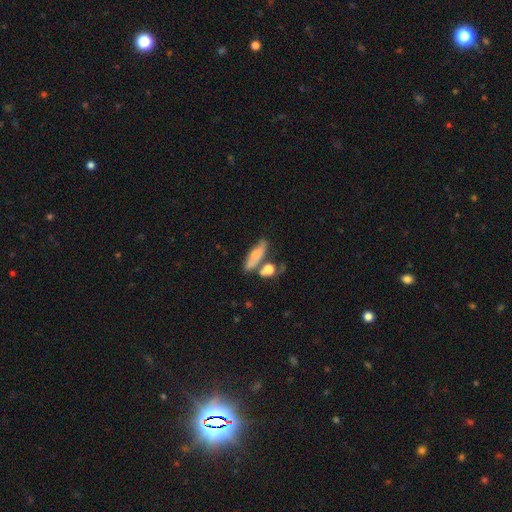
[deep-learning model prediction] The model was most divided on "how rounded": in between: 53%, cigar-shaped: 40%, round: 7%. More confident: smooth or featured — smooth (60%); merging — none (53%).